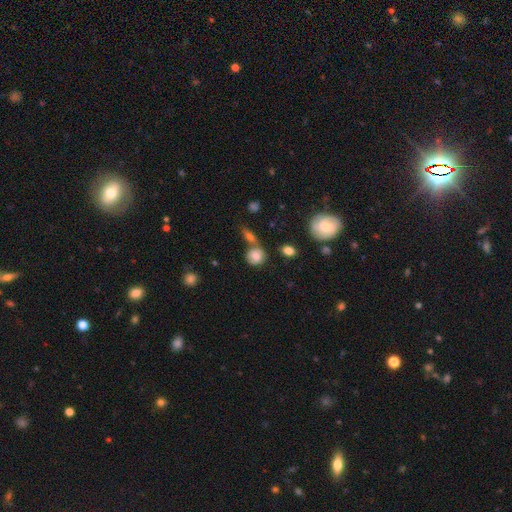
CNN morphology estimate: Q: Smooth or featured?
A: smooth (74%); runner-up: featured or disk (16%)
Q: How rounded?
A: round (76%); runner-up: in between (22%)
Q: Merging?
A: none (60%); runner-up: merger (18%)